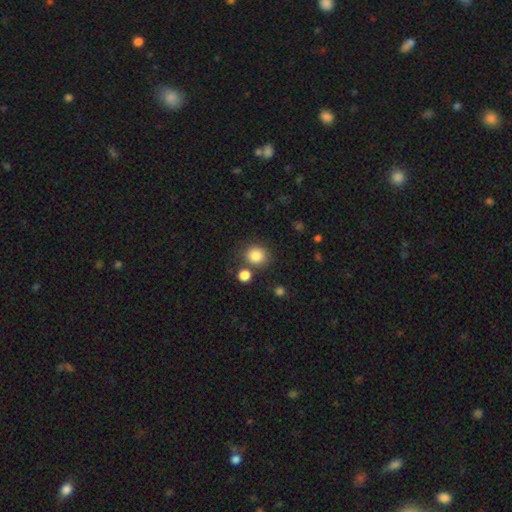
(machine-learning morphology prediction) A smooth galaxy with no disk features (85%) that is round (83%). Merging: none (76%).